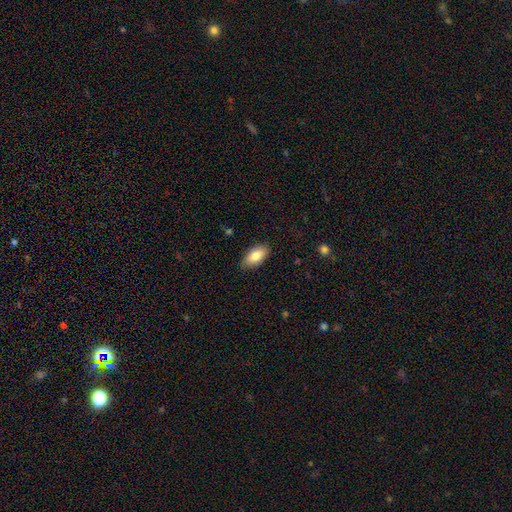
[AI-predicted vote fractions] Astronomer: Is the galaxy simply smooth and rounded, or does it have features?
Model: smooth — 82%.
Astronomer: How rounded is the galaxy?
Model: in between — 92%.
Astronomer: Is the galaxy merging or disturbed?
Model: none — 80%.